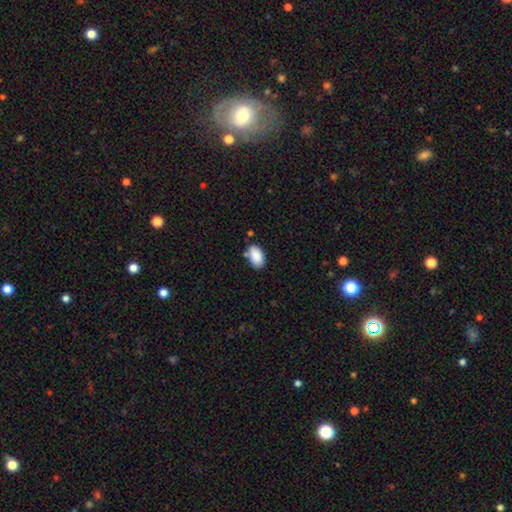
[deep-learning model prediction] A smooth galaxy with no disk features (88%) that is in between round and cigar-shaped (93%). Merging: none (70%).